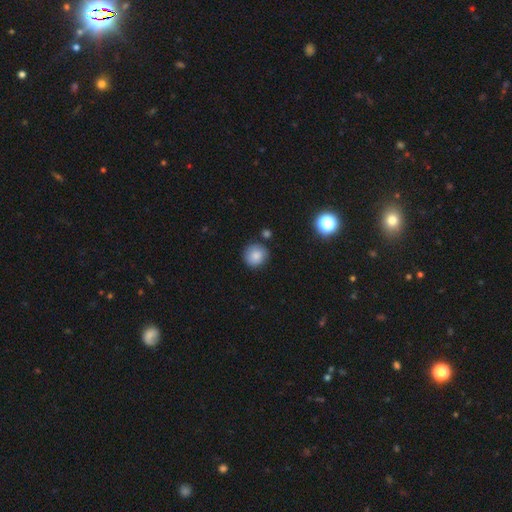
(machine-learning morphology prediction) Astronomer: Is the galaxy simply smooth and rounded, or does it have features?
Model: smooth — 85%.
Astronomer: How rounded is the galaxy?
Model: round — 91%.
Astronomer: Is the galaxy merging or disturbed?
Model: none — 83%.